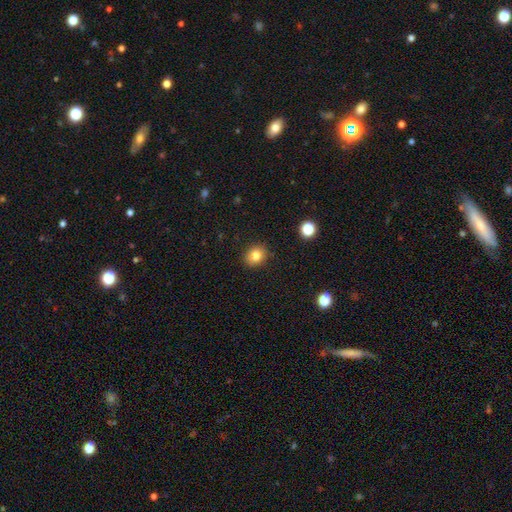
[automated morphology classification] Smooth or featured? smooth (81%)
How rounded? round (69%)
Merging? none (90%)